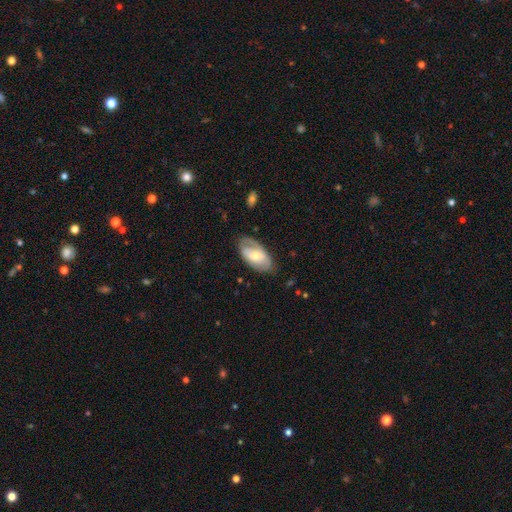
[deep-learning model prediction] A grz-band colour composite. It shows a featured or disk galaxy (53%). Merging: none (71%).